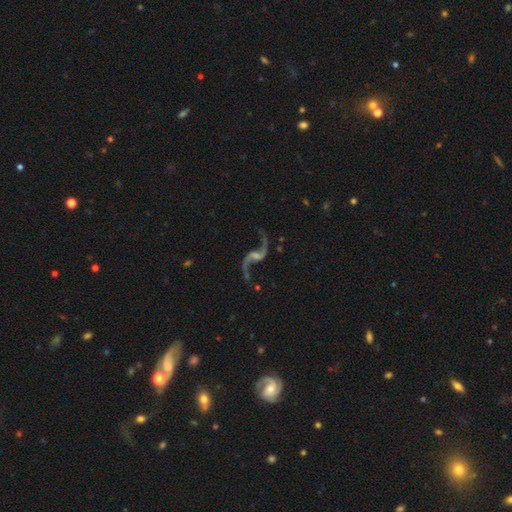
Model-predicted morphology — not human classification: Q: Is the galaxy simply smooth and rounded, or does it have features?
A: featured or disk — 91%.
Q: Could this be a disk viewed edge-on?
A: no — 97%.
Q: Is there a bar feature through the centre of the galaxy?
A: weak — 44%.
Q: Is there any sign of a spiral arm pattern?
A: yes — 97%.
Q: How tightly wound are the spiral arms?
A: loose — 92%.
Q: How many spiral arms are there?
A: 2 — 94%.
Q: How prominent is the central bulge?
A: small — 38%.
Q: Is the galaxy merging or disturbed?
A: none — 76%.